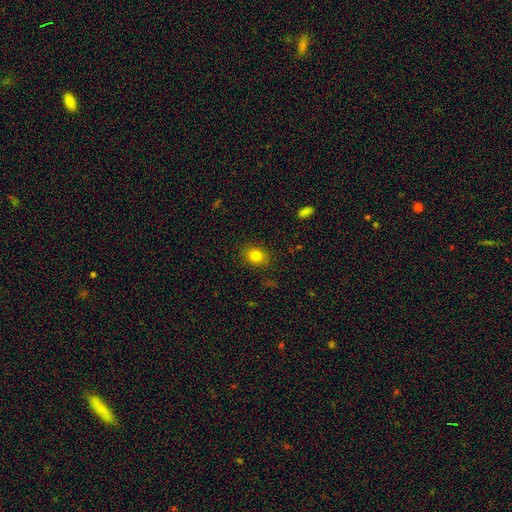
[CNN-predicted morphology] Overall: smooth (81%). How rounded: in between (54%; round 45%). Merging: none (87%).